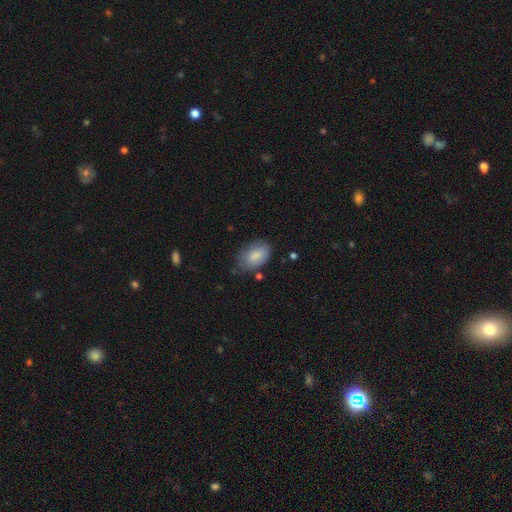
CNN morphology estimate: smooth 83%, featured or disk 10%, star or artifact 6%. Down the decision tree: how rounded — in between (88%); merging — none (65%).